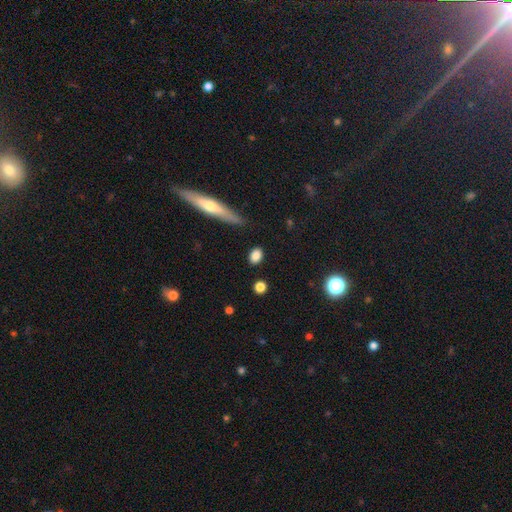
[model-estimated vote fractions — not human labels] smooth 85%, star or artifact 8%, featured or disk 6%. Down the decision tree: how rounded — in between (74%); merging — none (86%).